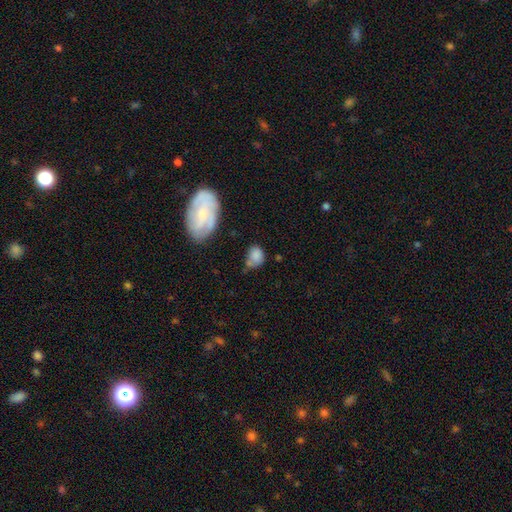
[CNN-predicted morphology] This appears to be a smooth galaxy with no disk features (77%) that is round (49%, tied with in between). Merging: none (47%).